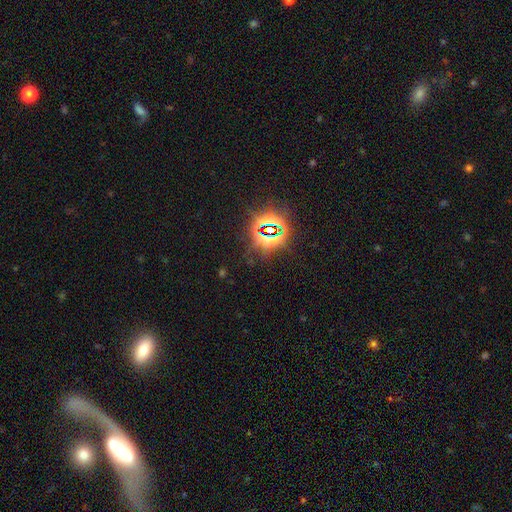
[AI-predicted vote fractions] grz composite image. It shows a star or artifact, not a galaxy (80%).